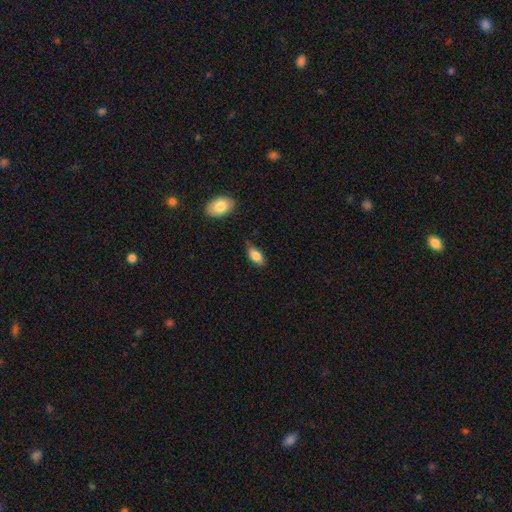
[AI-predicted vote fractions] The model was most divided on "merging": none: 69%, minor disturbance: 23%, major disturbance: 4%, merger: 3%. More confident: how rounded — in between (89%); smooth or featured — smooth (83%).